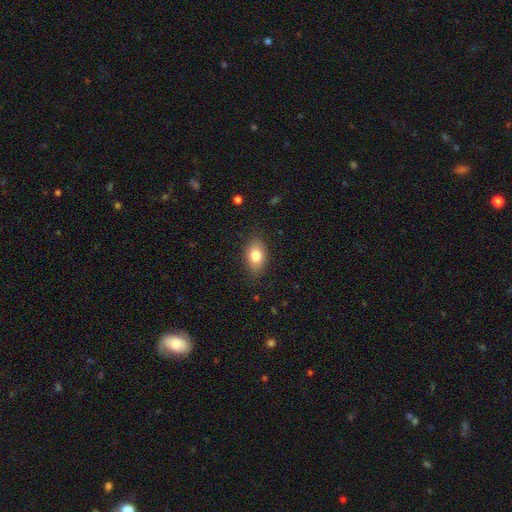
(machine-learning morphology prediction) Q: Smooth or featured?
A: smooth (79%); runner-up: featured or disk (12%)
Q: How rounded?
A: in between (82%); runner-up: round (16%)
Q: Merging?
A: none (83%); runner-up: minor disturbance (12%)